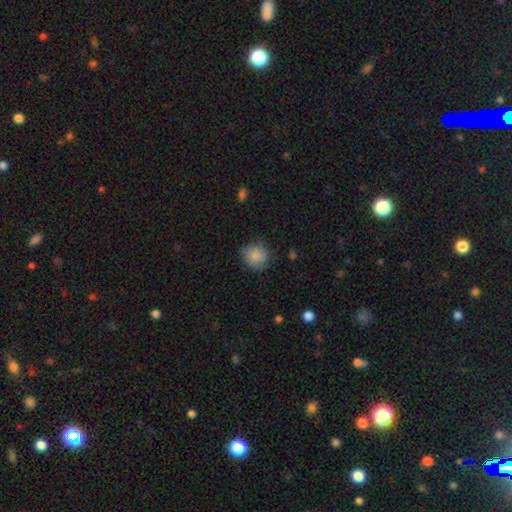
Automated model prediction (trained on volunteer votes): Smooth or featured: smooth — 80% (featured or disk — 13%)
How rounded: round — 84% (in between — 15%)
Merging: none — 72% (minor disturbance — 21%)